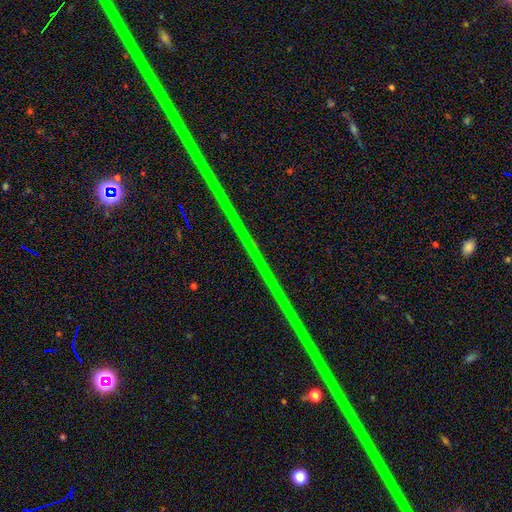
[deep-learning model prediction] Smooth or featured?
  - star or artifact: 88% *
  - featured or disk: 7%
  - smooth: 5%